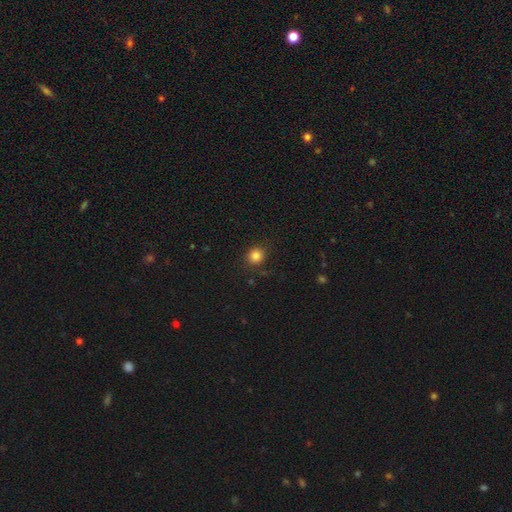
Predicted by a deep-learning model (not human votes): Smooth or featured: smooth — 84% (star or artifact — 12%)
How rounded: round — 87% (in between — 13%)
Merging: none — 85% (minor disturbance — 10%)